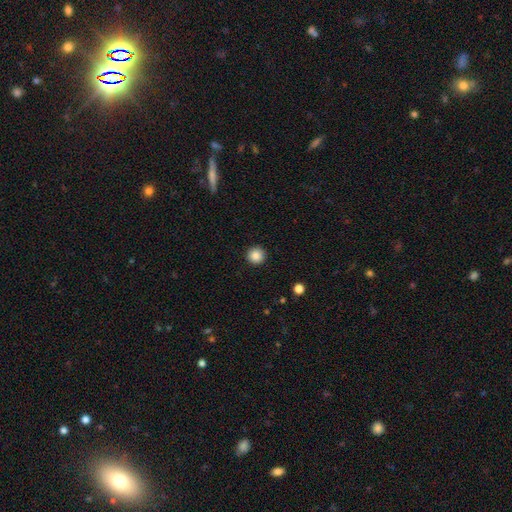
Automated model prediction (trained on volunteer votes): Morphology: type=smooth (87%); roundness=round (95%); merging=none (93%).